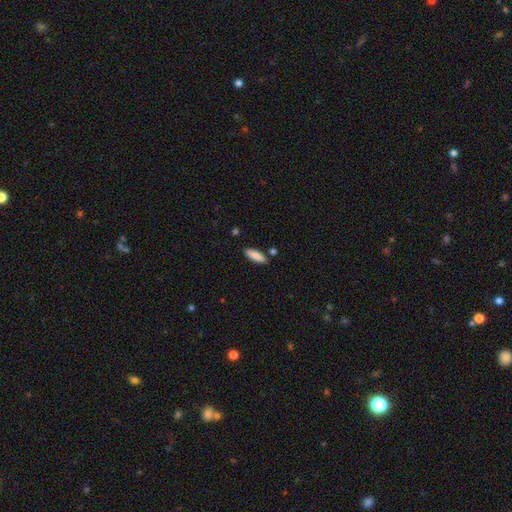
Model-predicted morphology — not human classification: The model was most divided on "how rounded": in between: 50%, cigar-shaped: 49%, round: 2%. More confident: smooth or featured — smooth (86%); merging — none (84%).